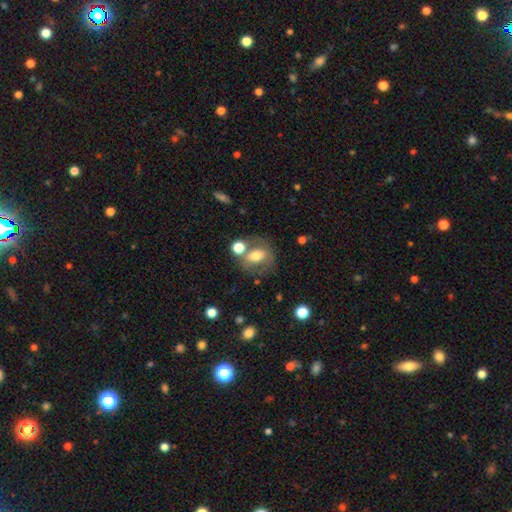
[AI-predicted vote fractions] Q: Smooth or featured?
A: smooth (59%); runner-up: featured or disk (30%)
Q: How rounded?
A: in between (50%); runner-up: round (48%)
Q: Merging?
A: none (56%); runner-up: merger (20%)